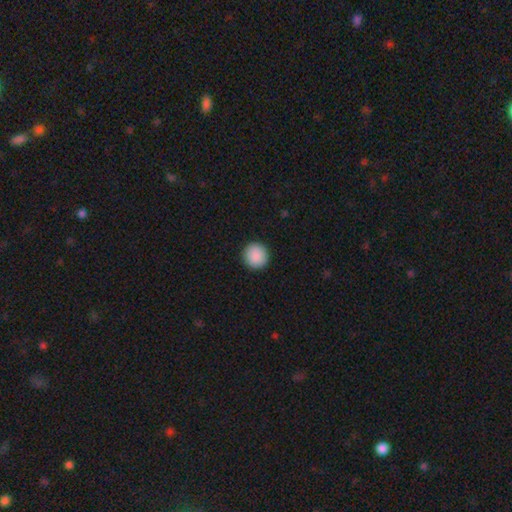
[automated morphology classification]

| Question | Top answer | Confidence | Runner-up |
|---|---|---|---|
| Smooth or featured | smooth | 90% | star or artifact (7%) |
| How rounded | round | 95% | in between (4%) |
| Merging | none | 93% | minor disturbance (5%) |